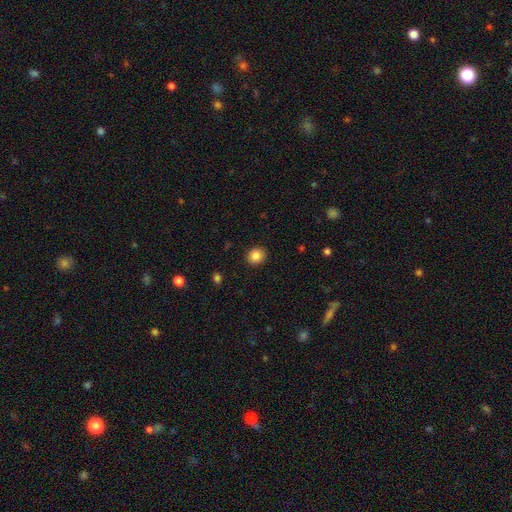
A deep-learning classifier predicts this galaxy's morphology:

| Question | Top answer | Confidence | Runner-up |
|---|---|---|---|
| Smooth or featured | smooth | 85% | star or artifact (10%) |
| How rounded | round | 84% | in between (15%) |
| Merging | none | 91% | minor disturbance (6%) |